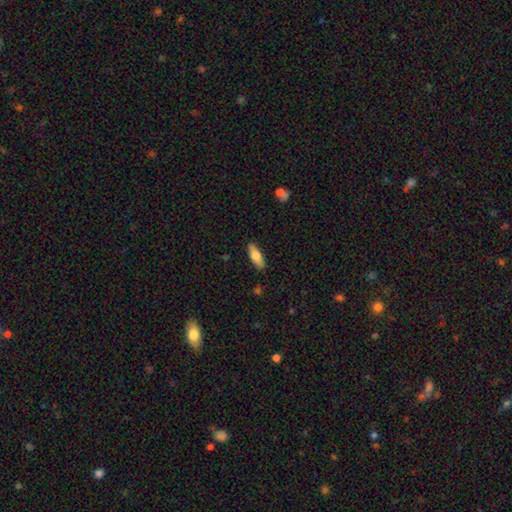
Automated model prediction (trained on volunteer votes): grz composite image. It shows a smooth galaxy with no disk features (72%) that is in between round and cigar-shaped (59%). Merging: none (87%).